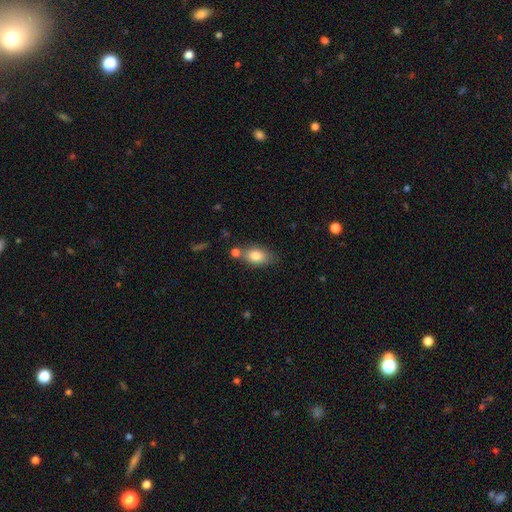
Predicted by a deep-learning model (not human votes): A smooth galaxy with no disk features (81%) that is in between round and cigar-shaped (86%). Merging: none (59%).